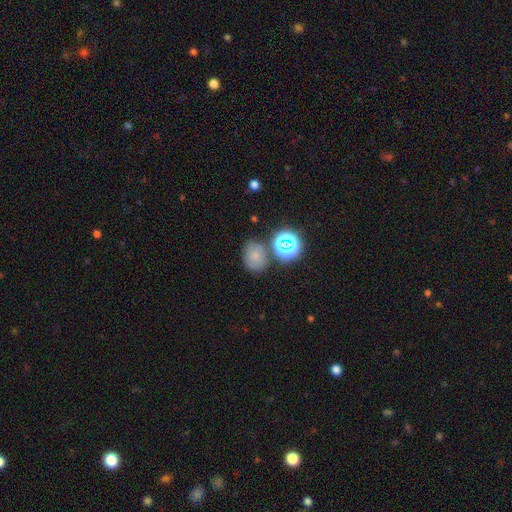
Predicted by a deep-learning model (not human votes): A smooth galaxy with no disk features (62%) that is round (54%). Merging: none (65%).